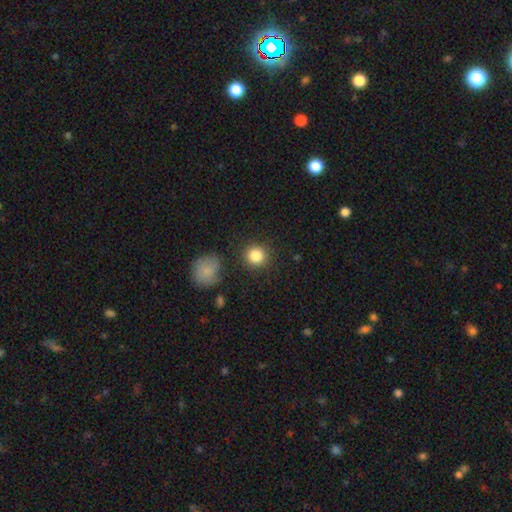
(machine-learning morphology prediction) smooth 85%, star or artifact 10%, featured or disk 5%. Down the decision tree: how rounded — round (92%); merging — none (86%).